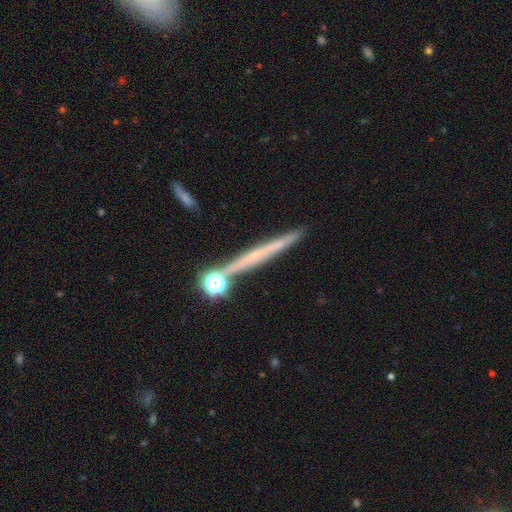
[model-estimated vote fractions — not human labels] A featured or disk galaxy (58%) viewed edge-on (96%) with no central bulge (71%). Merging: none (82%).